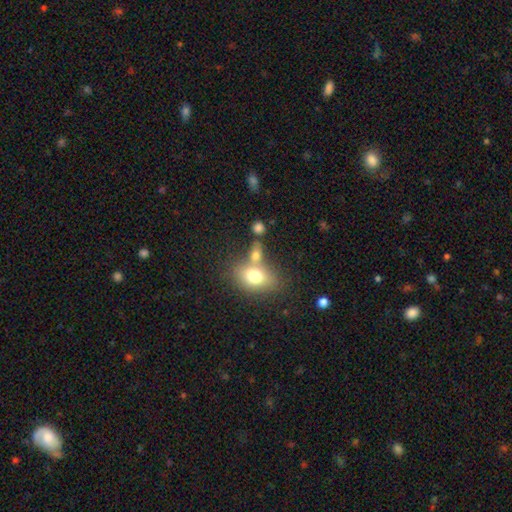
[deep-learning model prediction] smooth_or_featured: smooth (p=0.73) [alt: featured or disk p=0.16]
how_rounded: in between (p=0.72) [alt: round p=0.24]
merging: none (p=0.42) [alt: merger p=0.40]